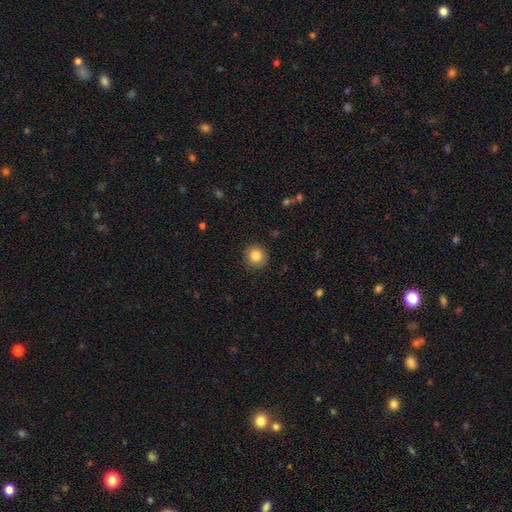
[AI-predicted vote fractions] A smooth galaxy with no disk features (85%) that is round (93%).

Vote fractions:
- Smooth or featured? smooth: 85% / star or artifact: 10% / featured or disk: 5%
- How rounded? round: 93% / in between: 6% / cigar-shaped: 1%
- Merging? none: 90% / minor disturbance: 7% / major disturbance: 2% / merger: 1%